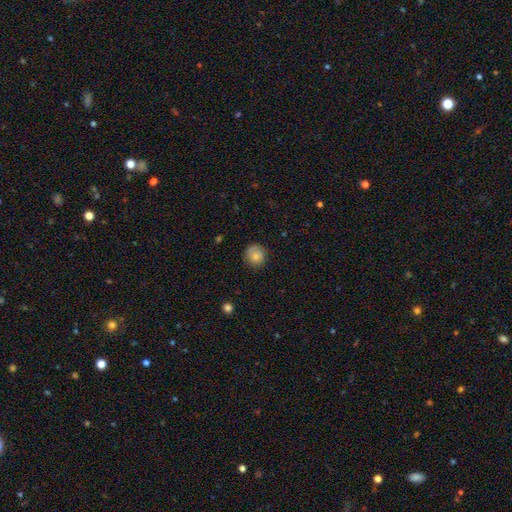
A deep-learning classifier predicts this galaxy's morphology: This is likely a smooth galaxy (80%). How rounded: clearly round (90%). Merging: likely none (76%).